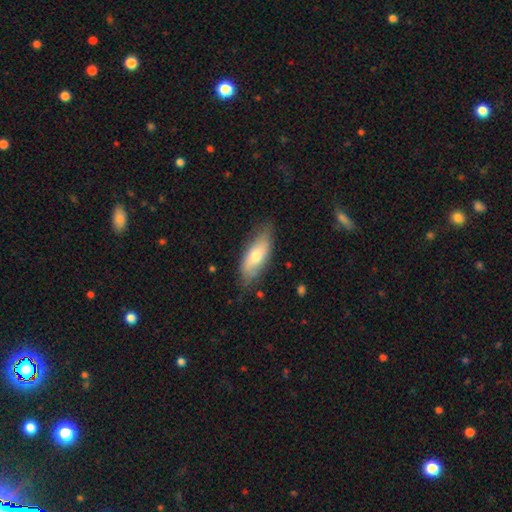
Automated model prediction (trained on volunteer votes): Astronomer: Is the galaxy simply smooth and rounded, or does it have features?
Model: smooth — 65%.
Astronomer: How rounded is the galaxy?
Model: in between — 76%.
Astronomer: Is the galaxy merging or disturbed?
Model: none — 72%.